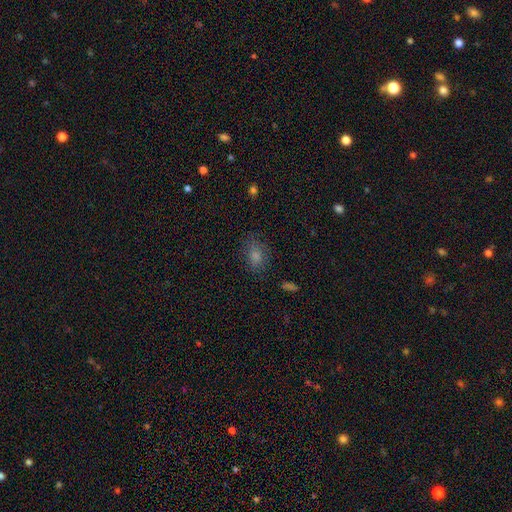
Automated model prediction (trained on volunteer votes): This appears to be a smooth galaxy with no disk features (77%) that is in between round and cigar-shaped (69%). Merging: none (74%).